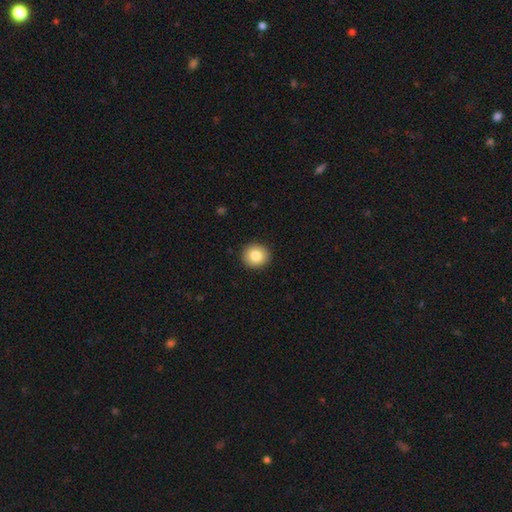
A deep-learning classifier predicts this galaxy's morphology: Q: Smooth or featured?
A: smooth (83%); runner-up: star or artifact (9%)
Q: How rounded?
A: round (89%); runner-up: in between (10%)
Q: Merging?
A: none (93%); runner-up: minor disturbance (5%)